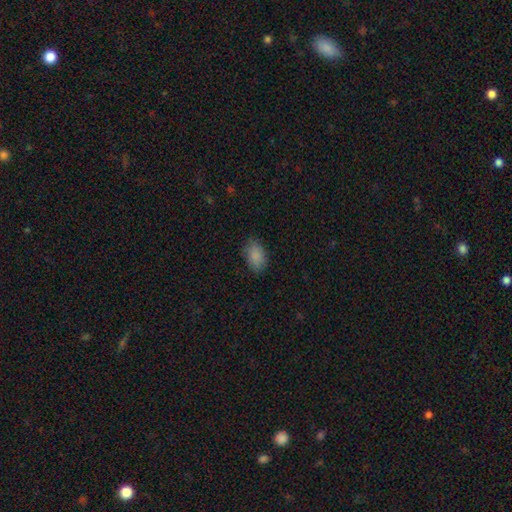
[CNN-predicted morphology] Overall: smooth (88%). How rounded: in between (88%). Merging: none (78%).